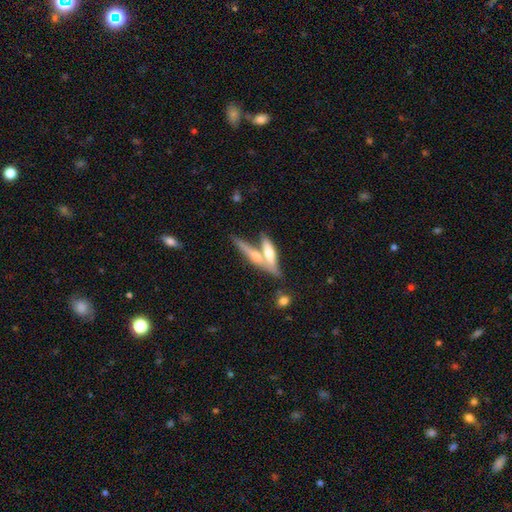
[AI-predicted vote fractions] Smooth or featured? Predicted: featured or disk (p=0.48). Merging? Predicted: merger (p=0.47).